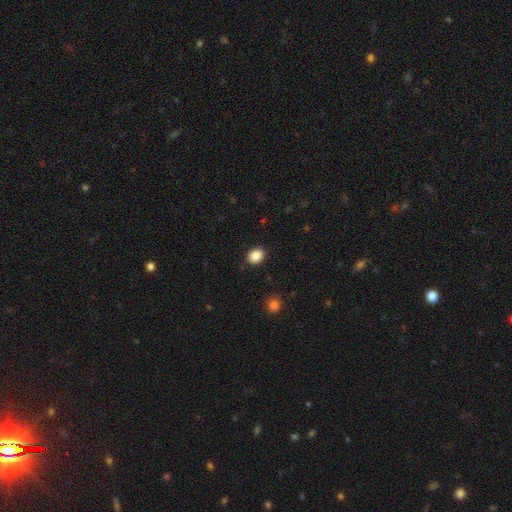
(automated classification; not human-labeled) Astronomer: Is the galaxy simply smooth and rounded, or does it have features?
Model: smooth — 87%.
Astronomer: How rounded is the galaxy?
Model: round — 54% (runner-up: in between, 45%).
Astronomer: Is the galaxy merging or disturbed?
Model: none — 88%.